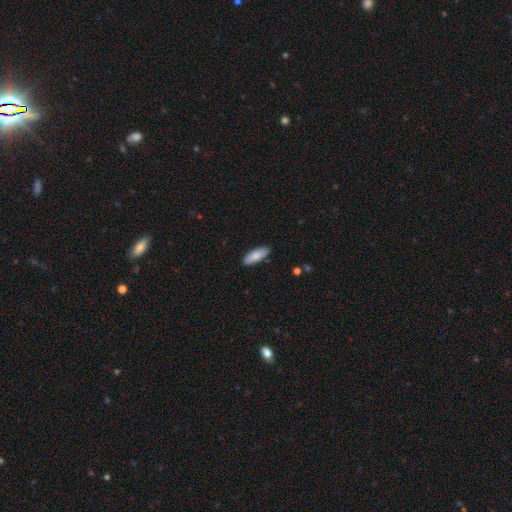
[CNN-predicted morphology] This is clearly a smooth galaxy (84%). How rounded: likely in between (69%). Merging: clearly none (86%).